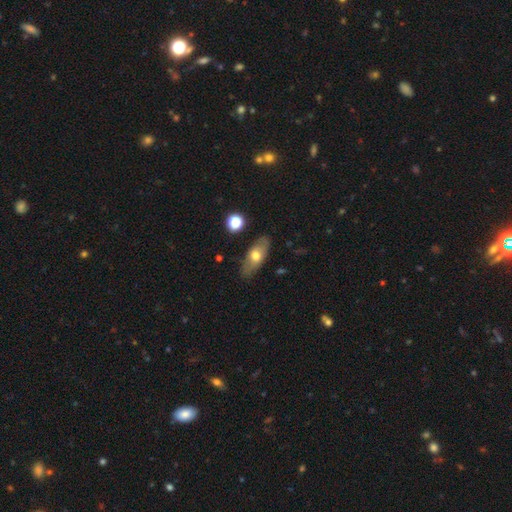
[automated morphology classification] The model was most divided on "smooth or featured": smooth: 58%, featured or disk: 35%, star or artifact: 7%. More confident: merging — none (81%); how rounded — in between (79%).